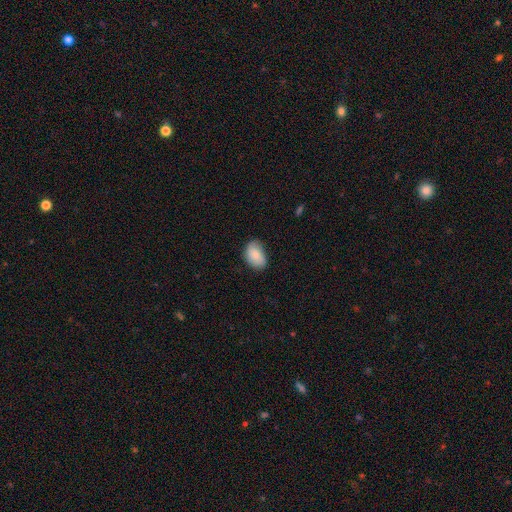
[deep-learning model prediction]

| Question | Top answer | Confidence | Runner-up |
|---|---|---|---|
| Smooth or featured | smooth | 82% | featured or disk (11%) |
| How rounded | in between | 86% | round (13%) |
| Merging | none | 66% | minor disturbance (27%) |